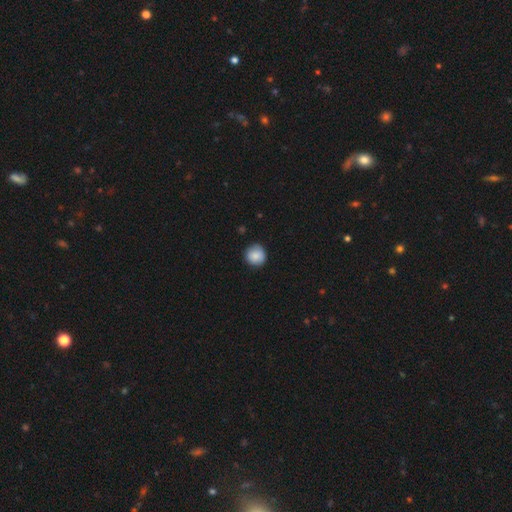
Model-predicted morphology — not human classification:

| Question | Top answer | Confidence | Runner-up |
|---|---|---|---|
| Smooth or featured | smooth | 87% | star or artifact (8%) |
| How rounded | round | 94% | in between (5%) |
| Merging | none | 87% | minor disturbance (10%) |